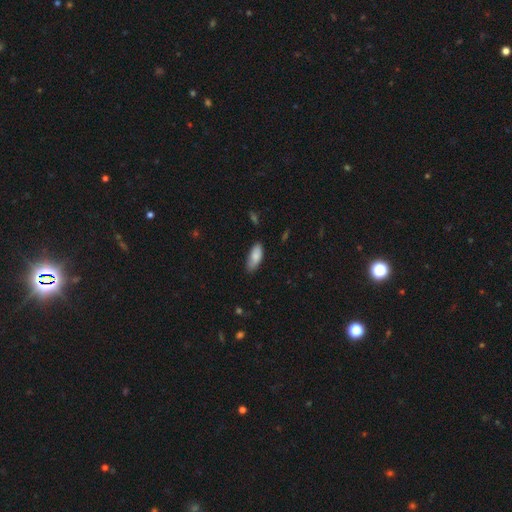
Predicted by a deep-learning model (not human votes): Smooth or featured? smooth (82%)
How rounded? in between (83%)
Merging? none (74%)